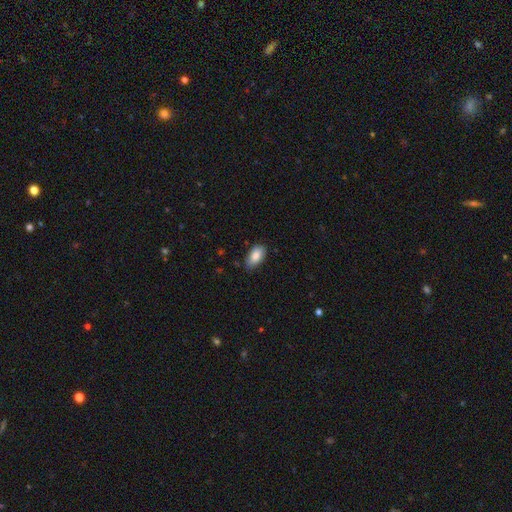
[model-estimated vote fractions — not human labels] This is clearly a smooth galaxy (85%). How rounded: clearly in between (94%). Merging: likely none (76%).